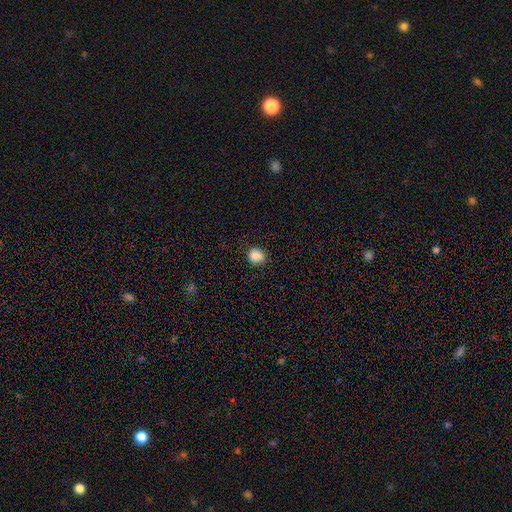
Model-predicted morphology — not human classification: Smooth or featured? smooth (86%)
How rounded? round (77%)
Merging? none (77%)